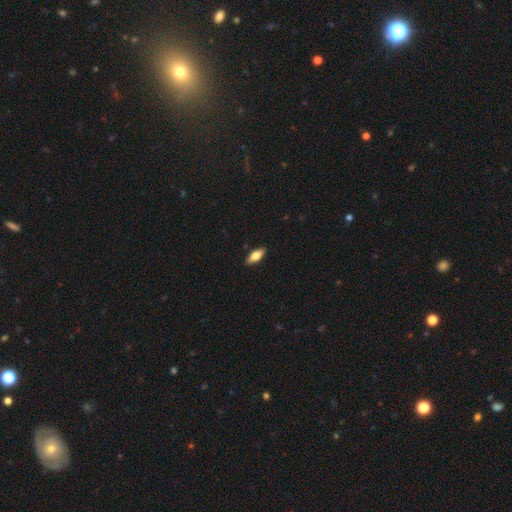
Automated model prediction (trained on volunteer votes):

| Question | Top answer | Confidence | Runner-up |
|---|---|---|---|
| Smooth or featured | smooth | 71% | featured or disk (22%) |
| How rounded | in between | 78% | cigar-shaped (19%) |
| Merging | none | 89% | minor disturbance (9%) |